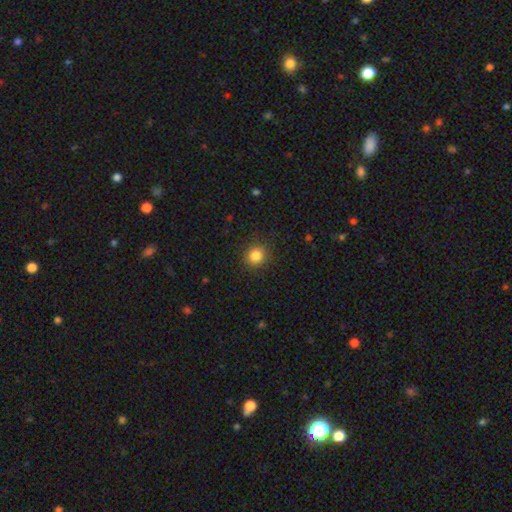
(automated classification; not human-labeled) This is clearly a smooth galaxy (85%). How rounded: clearly round (87%). Merging: clearly none (89%).